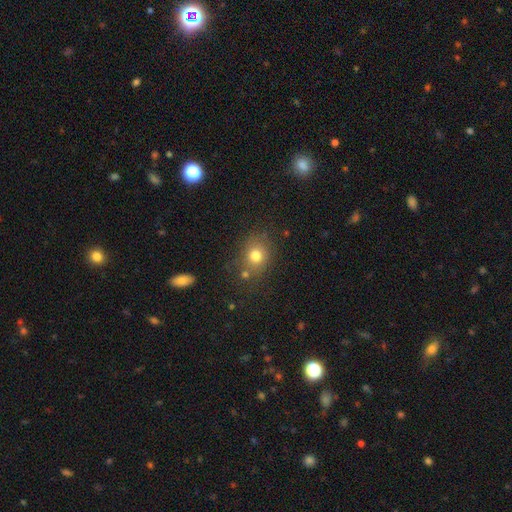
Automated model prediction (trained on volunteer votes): Smooth or featured: smooth — 76% (star or artifact — 14%)
How rounded: round — 69% (in between — 30%)
Merging: none — 72% (minor disturbance — 14%)